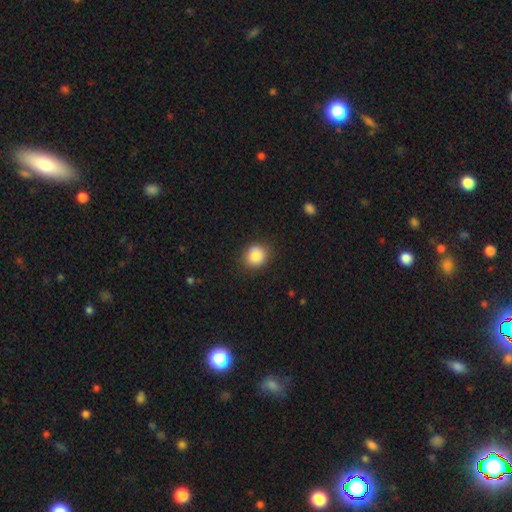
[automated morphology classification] This is clearly a smooth galaxy (86%). How rounded: clearly round (84%). Merging: clearly none (86%).